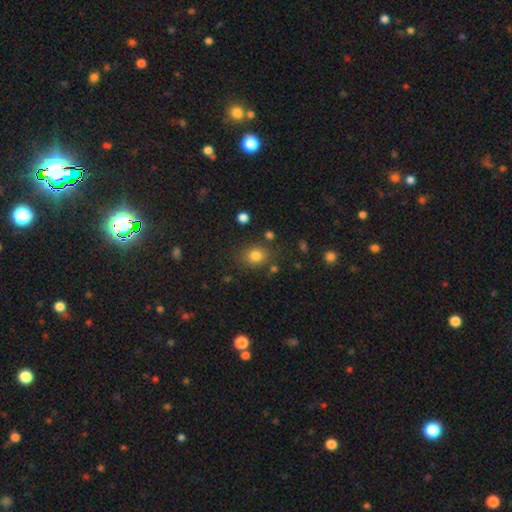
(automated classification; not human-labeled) Smooth or featured: smooth — 81% (star or artifact — 13%)
How rounded: round — 59% (in between — 40%)
Merging: none — 79% (minor disturbance — 12%)